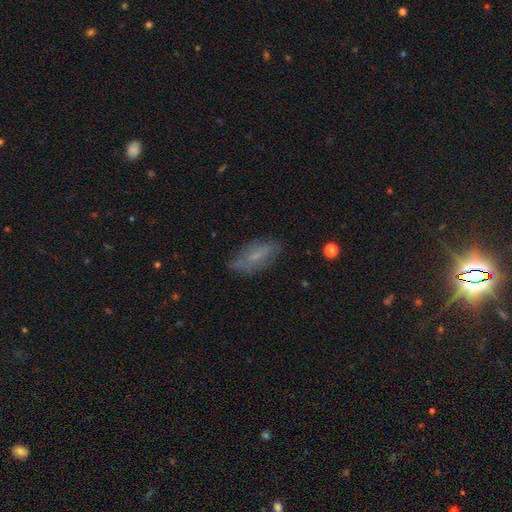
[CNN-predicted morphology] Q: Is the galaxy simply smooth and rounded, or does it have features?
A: smooth — 58%.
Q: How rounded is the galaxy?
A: in between — 80%.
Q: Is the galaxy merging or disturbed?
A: none — 69%.